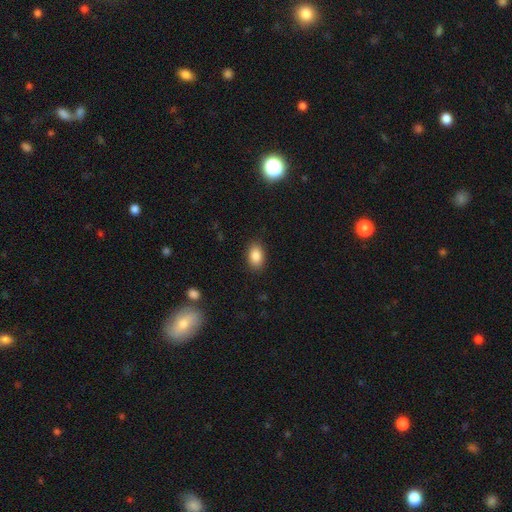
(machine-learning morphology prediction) Smooth or featured: smooth — 87% (star or artifact — 8%)
How rounded: in between — 86% (round — 13%)
Merging: none — 86% (minor disturbance — 10%)